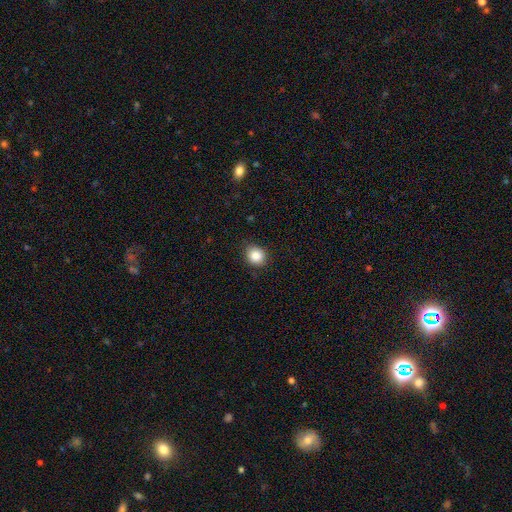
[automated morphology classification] A smooth galaxy with no disk features (86%) that is round (75%). Merging: none (85%).